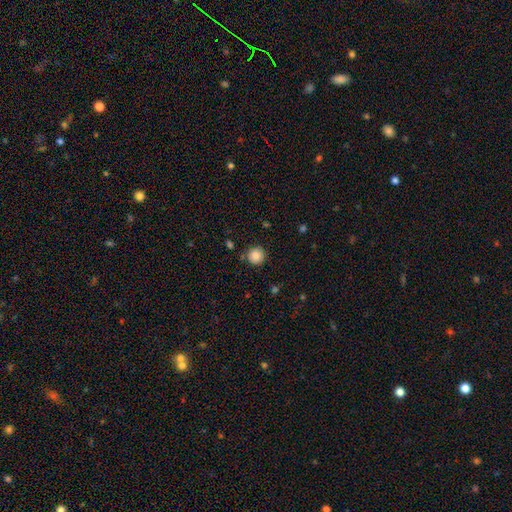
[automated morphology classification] smooth 87%, star or artifact 10%, featured or disk 3%. Down the decision tree: how rounded — round (94%); merging — none (85%).